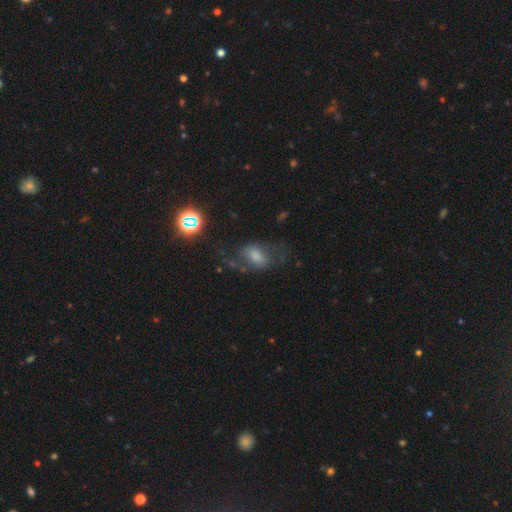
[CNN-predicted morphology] smooth-or-featured: featured or disk: 50% | smooth: 35% | star or artifact: 15%
  disk-edge-on: no: 94% | yes: 6%
  merging: none: 52% | major disturbance: 25% | minor disturbance: 20% | merger: 4%